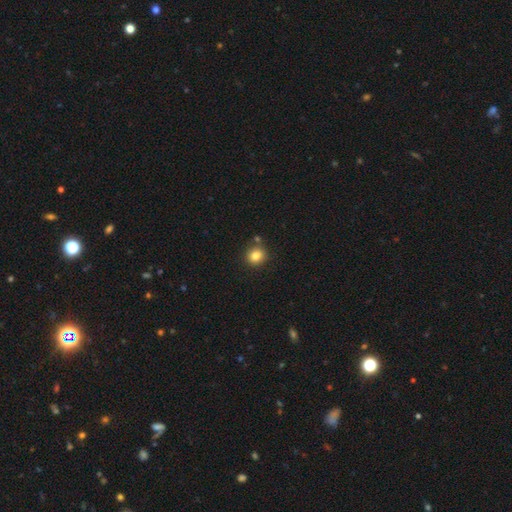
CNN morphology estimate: Smooth or featured? Predicted: smooth (p=0.83). How rounded? Predicted: round (p=0.86). Merging? Predicted: none (p=0.82).